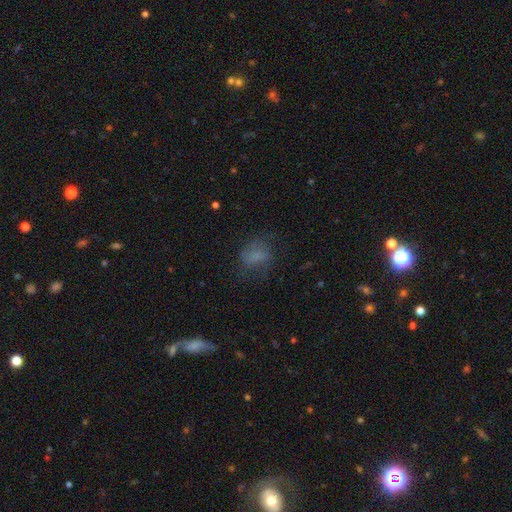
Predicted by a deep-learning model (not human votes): Smooth or featured? smooth (63%)
How rounded? in between (63%)
Merging? none (59%)